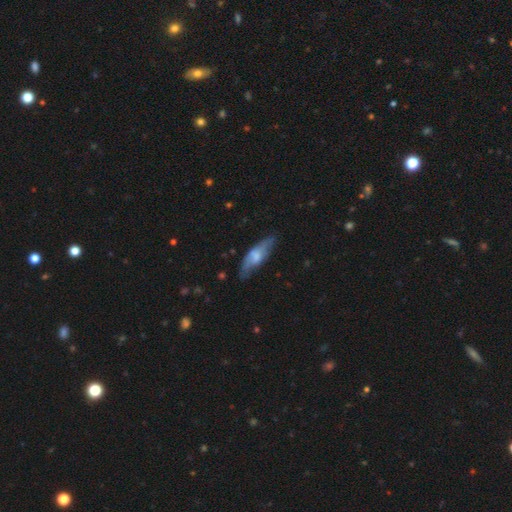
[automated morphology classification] type=smooth (55%); roundness=in between (54%); merging=none (66%).